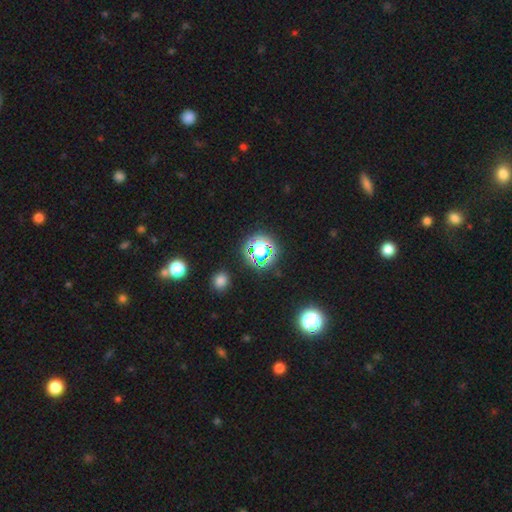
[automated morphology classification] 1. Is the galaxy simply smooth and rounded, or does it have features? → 60% star or artifact, 29% smooth, 10% featured or disk.